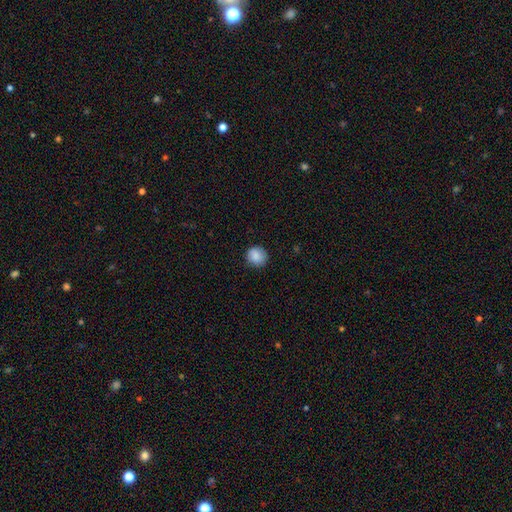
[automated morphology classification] Overall: smooth (87%). How rounded: round (89%). Merging: none (84%).